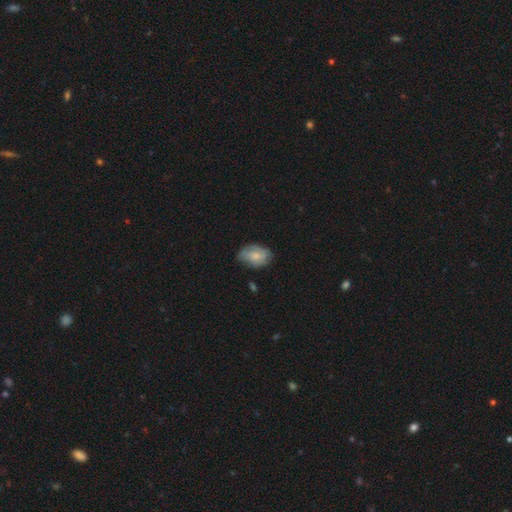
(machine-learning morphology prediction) The model was most divided on "merging": none: 62%, minor disturbance: 30%, major disturbance: 7%, merger: 2%. More confident: how rounded — in between (88%); smooth or featured — smooth (69%).